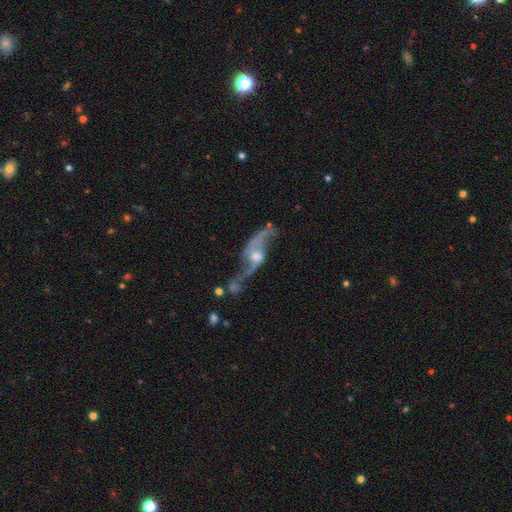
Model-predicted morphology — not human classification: featured or disk 83%, star or artifact 8%, smooth 8%. Down the decision tree: edge-on disk — no (84%); bar — no (55%); spiral arms — yes (88%); spiral arm count — 2 (87%); spiral winding — loose (83%); bulge size — moderate (50%); merging — none (44%).